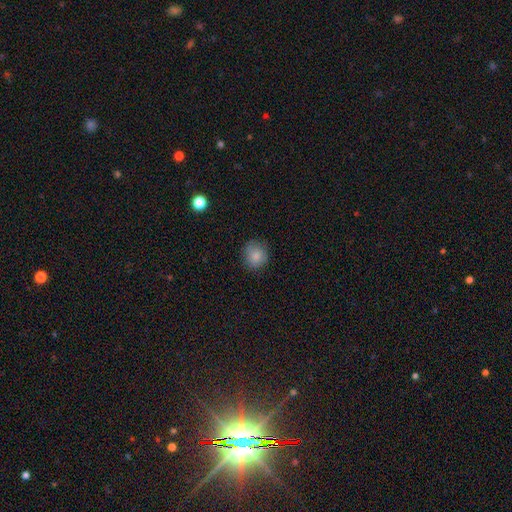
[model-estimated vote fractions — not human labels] smooth_or_featured: smooth (p=0.84) [alt: star or artifact p=0.09]
how_rounded: round (p=0.86) [alt: in between p=0.13]
merging: none (p=0.80) [alt: minor disturbance p=0.16]